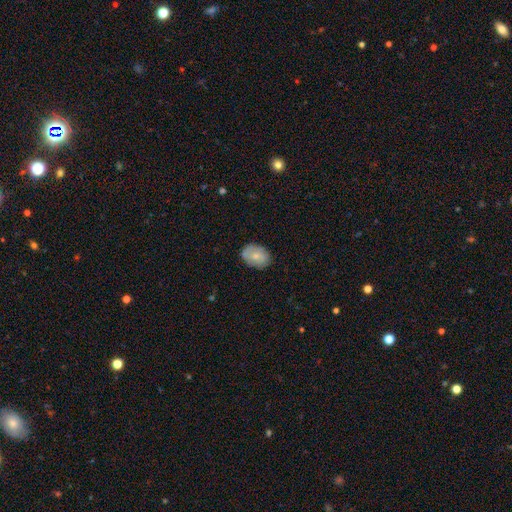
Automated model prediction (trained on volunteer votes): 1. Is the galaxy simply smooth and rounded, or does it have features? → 73% smooth, 21% featured or disk, 7% star or artifact.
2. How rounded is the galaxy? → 74% in between, 25% round, 1% cigar-shaped.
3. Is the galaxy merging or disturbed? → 79% none, 17% minor disturbance, 4% major disturbance, 1% merger.